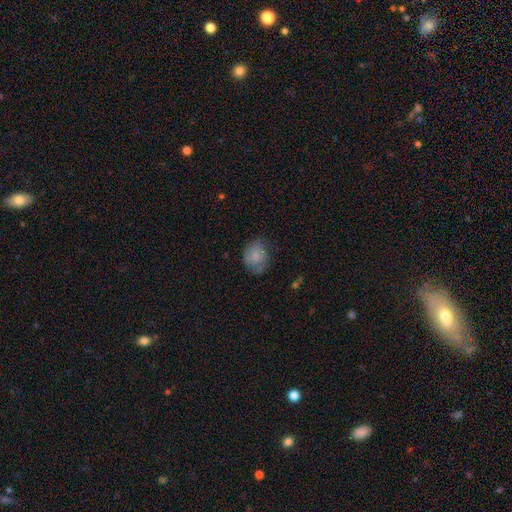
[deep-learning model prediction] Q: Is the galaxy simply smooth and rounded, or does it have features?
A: smooth — 75%.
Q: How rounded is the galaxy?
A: round — 54%.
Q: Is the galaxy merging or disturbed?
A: none — 63%.